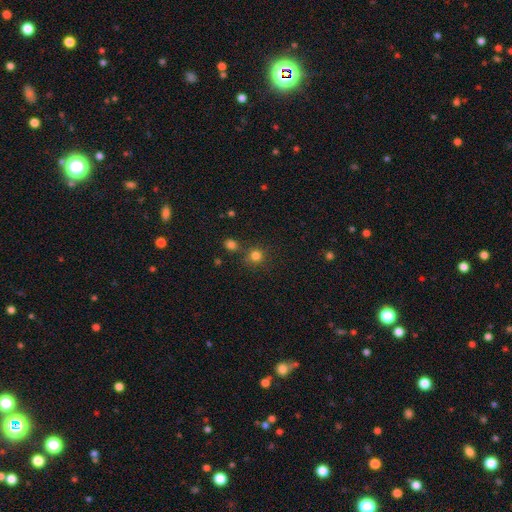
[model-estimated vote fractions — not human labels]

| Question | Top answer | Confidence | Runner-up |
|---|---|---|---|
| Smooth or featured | smooth | 79% | star or artifact (16%) |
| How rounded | round | 90% | in between (9%) |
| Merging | none | 74% | merger (13%) |